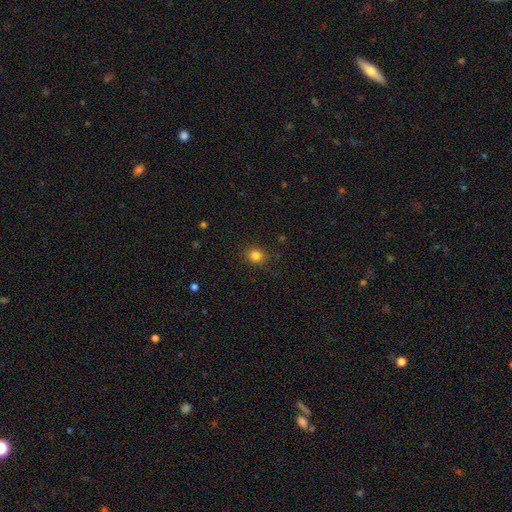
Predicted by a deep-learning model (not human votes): smooth 83%, star or artifact 13%, featured or disk 5%. Down the decision tree: how rounded — round (81%); merging — none (88%).